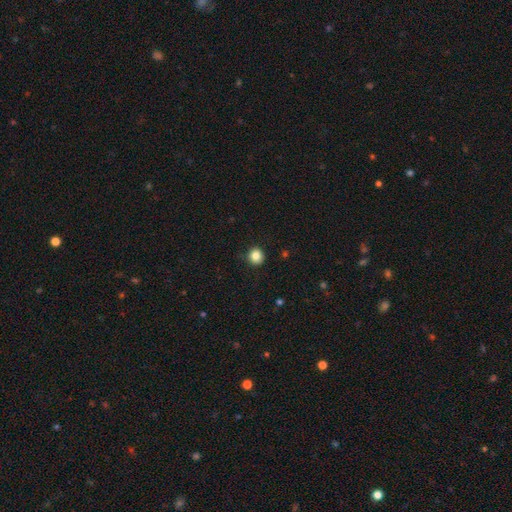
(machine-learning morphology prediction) A smooth galaxy with no disk features (85%) that is round (90%). Merging: none (88%).